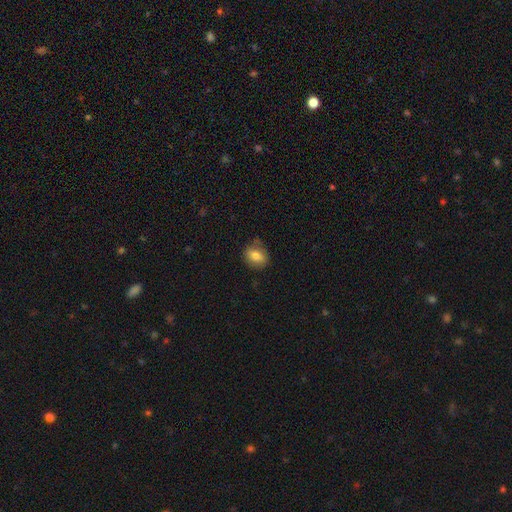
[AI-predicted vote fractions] Smooth or featured?
  - smooth: 81% *
  - featured or disk: 11%
  - star or artifact: 9%
How rounded?
  - in between: 55% *
  - round: 44%
  - cigar-shaped: 1%
Merging?
  - none: 76% *
  - minor disturbance: 18%
  - major disturbance: 4%
  - merger: 2%